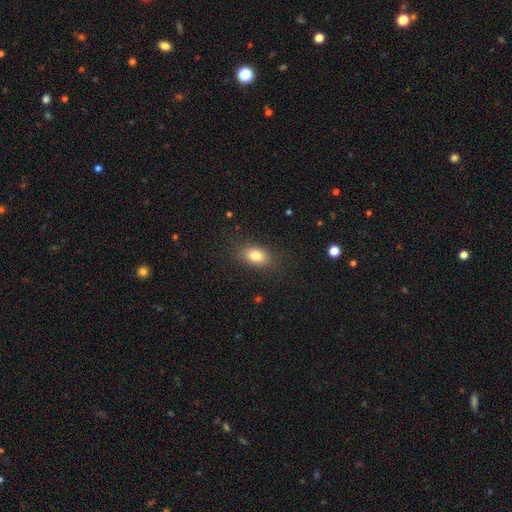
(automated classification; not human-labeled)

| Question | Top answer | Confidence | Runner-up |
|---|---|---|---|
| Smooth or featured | smooth | 81% | star or artifact (10%) |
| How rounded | in between | 82% | round (16%) |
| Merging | none | 85% | minor disturbance (11%) |